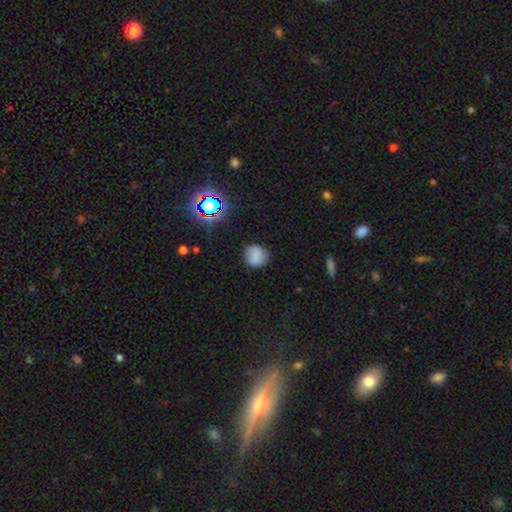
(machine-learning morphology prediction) This appears to be a smooth galaxy with no disk features (69%) that is round (83%). Merging: none (82%).